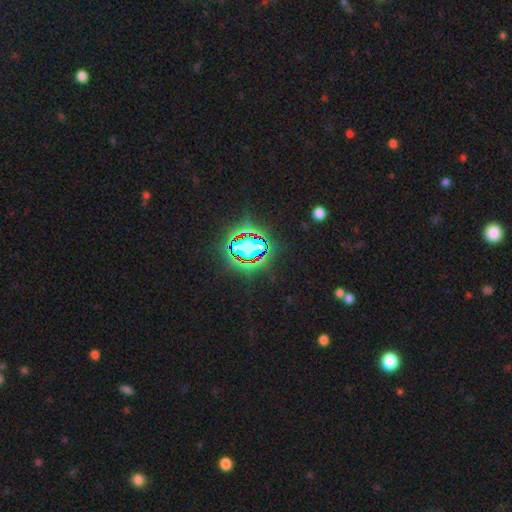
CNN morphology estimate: smooth-or-featured: star or artifact: 81% | smooth: 11% | featured or disk: 8%